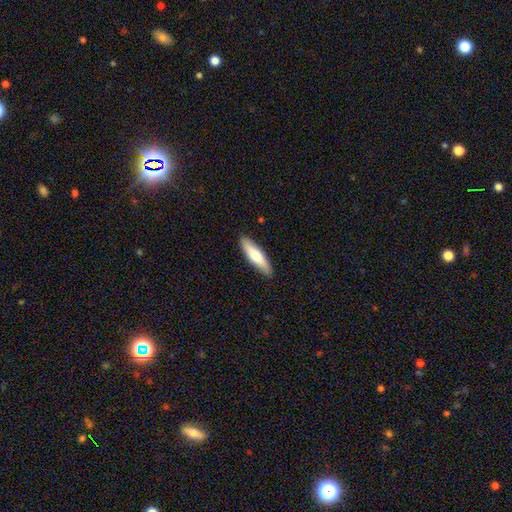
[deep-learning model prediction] A smooth galaxy with no disk features (62%) that is cigar-shaped (69%). Merging: none (89%).